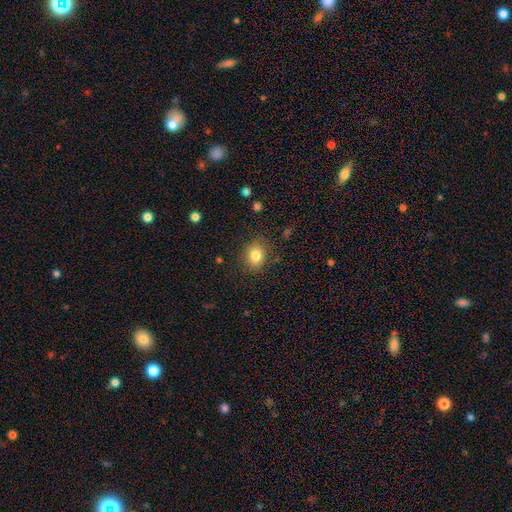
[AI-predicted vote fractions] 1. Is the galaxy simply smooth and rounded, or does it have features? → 82% smooth, 11% star or artifact, 8% featured or disk.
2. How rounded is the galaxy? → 54% round, 45% in between, 1% cigar-shaped.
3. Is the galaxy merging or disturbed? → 83% none, 12% minor disturbance, 3% major disturbance, 1% merger.